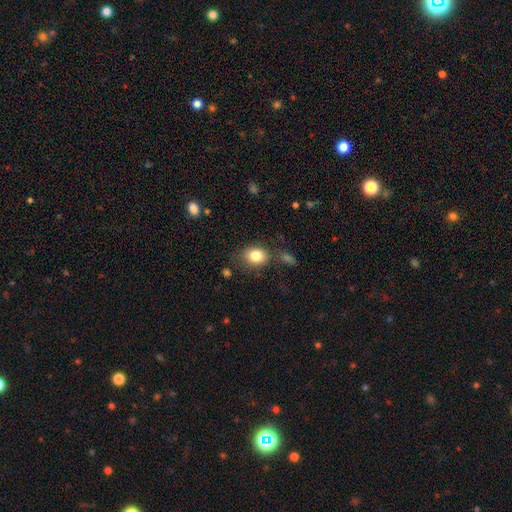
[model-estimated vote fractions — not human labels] Smooth or featured? Predicted: smooth (p=0.82). How rounded? Predicted: in between (p=0.56). Merging? Predicted: none (p=0.75).